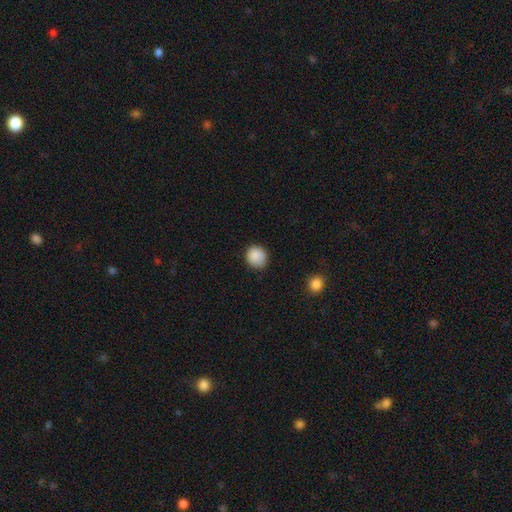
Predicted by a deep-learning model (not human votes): A smooth galaxy with no disk features (88%) that is round (86%). Merging: none (83%).